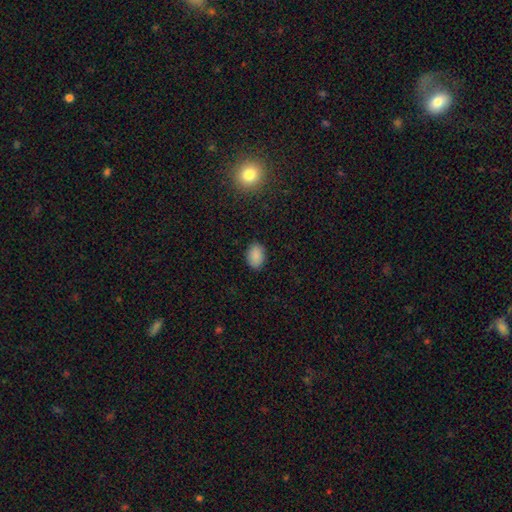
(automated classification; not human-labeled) Smooth or featured? Predicted: smooth (p=0.87). How rounded? Predicted: in between (p=0.82). Merging? Predicted: none (p=0.88).